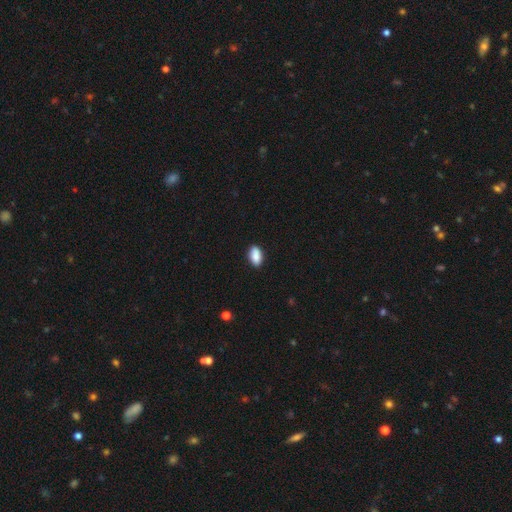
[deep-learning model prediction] smooth 88%, star or artifact 7%, featured or disk 5%. Down the decision tree: how rounded — in between (93%); merging — none (88%).